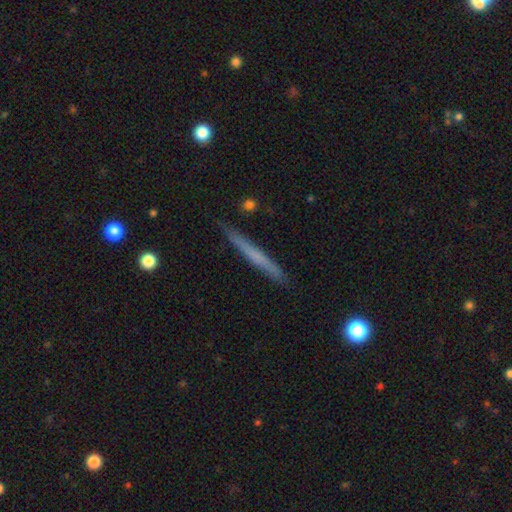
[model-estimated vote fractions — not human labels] A smooth galaxy with no disk features (51%) that is cigar-shaped (96%).

Vote fractions:
- Smooth or featured? smooth: 51% / featured or disk: 43% / star or artifact: 6%
- How rounded? cigar-shaped: 96% / in between: 2% / round: 2%
- Merging? none: 90% / minor disturbance: 7% / major disturbance: 1% / merger: 1%